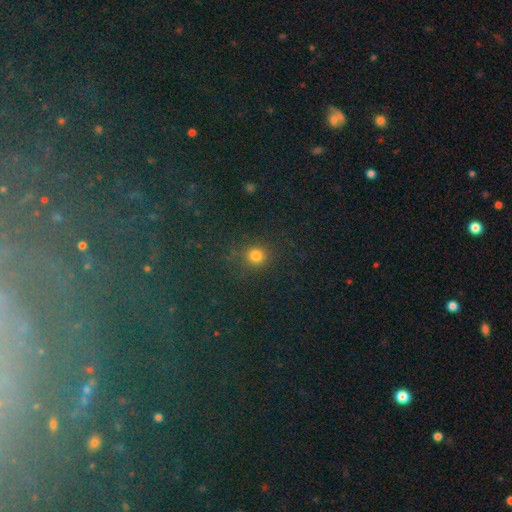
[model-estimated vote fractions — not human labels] A smooth galaxy with no disk features (75%) that is round (87%).

Vote fractions:
- Smooth or featured? smooth: 75% / star or artifact: 19% / featured or disk: 6%
- How rounded? round: 87% / in between: 12% / cigar-shaped: 2%
- Merging? none: 82% / minor disturbance: 10% / major disturbance: 6% / merger: 3%